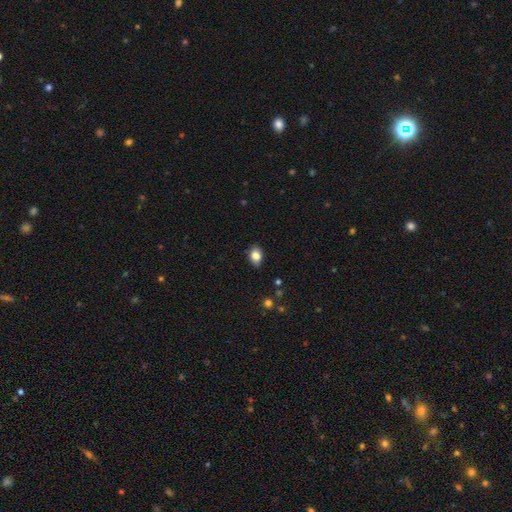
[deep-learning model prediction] The model was most divided on "how rounded": in between: 75%, round: 23%, cigar-shaped: 1%. More confident: smooth or featured — smooth (84%); merging — none (81%).